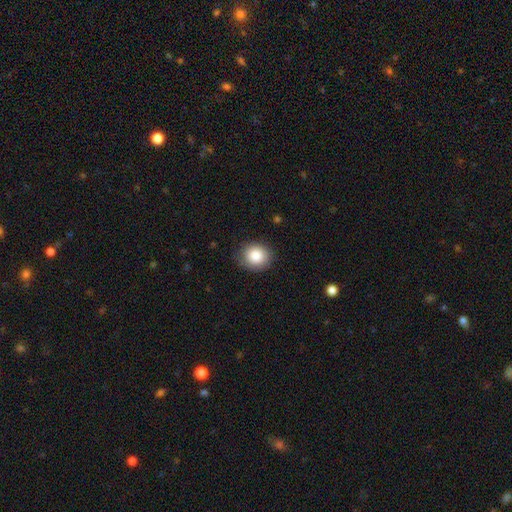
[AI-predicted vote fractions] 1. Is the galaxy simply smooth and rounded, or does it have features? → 86% smooth, 8% star or artifact, 6% featured or disk.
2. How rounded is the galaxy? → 78% round, 21% in between, 1% cigar-shaped.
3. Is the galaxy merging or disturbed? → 83% none, 13% minor disturbance, 3% major disturbance, 1% merger.